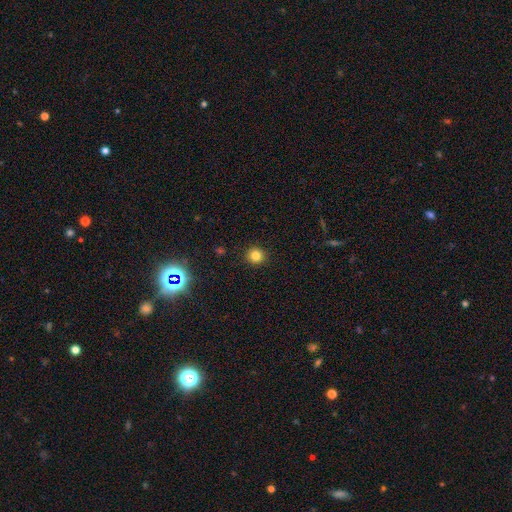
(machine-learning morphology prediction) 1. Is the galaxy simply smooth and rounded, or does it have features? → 81% smooth, 13% star or artifact, 5% featured or disk.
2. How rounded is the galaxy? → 92% round, 7% in between, 1% cigar-shaped.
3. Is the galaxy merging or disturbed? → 92% none, 5% minor disturbance, 2% major disturbance, 1% merger.